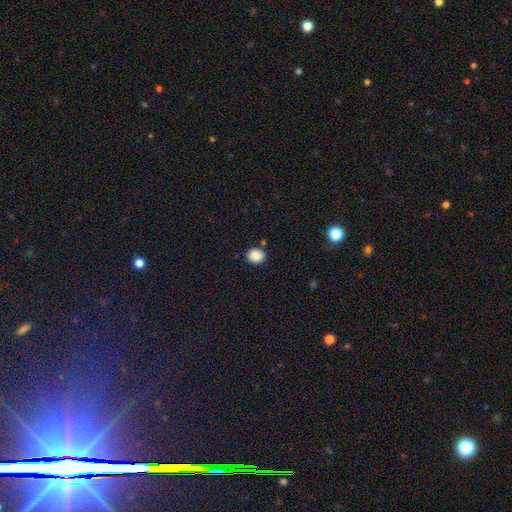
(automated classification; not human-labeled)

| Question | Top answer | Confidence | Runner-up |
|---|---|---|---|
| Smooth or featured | smooth | 88% | star or artifact (9%) |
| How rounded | round | 77% | in between (22%) |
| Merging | none | 86% | minor disturbance (8%) |